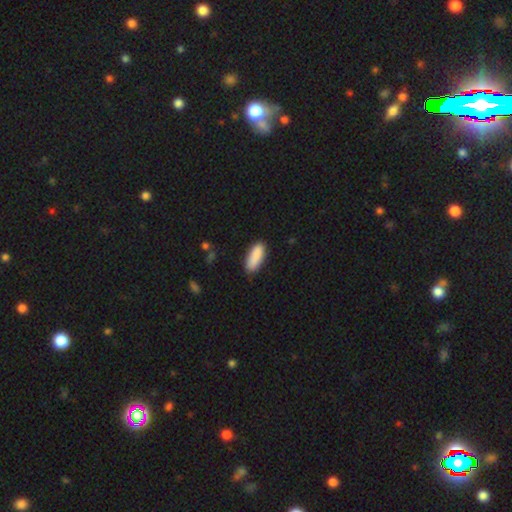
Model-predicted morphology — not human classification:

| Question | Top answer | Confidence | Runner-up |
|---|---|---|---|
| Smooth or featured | smooth | 89% | star or artifact (6%) |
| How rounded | in between | 74% | cigar-shaped (25%) |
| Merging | none | 84% | minor disturbance (12%) |